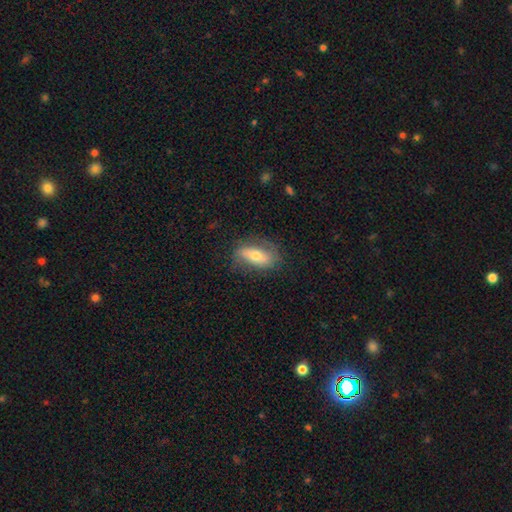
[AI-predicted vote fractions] A smooth galaxy with no disk features (50%) that is in between round and cigar-shaped (79%).

Vote fractions:
- Smooth or featured? smooth: 50% / featured or disk: 42% / star or artifact: 8%
- How rounded? in between: 79% / cigar-shaped: 15% / round: 5%
- Merging? none: 73% / minor disturbance: 20% / major disturbance: 7% / merger: 1%